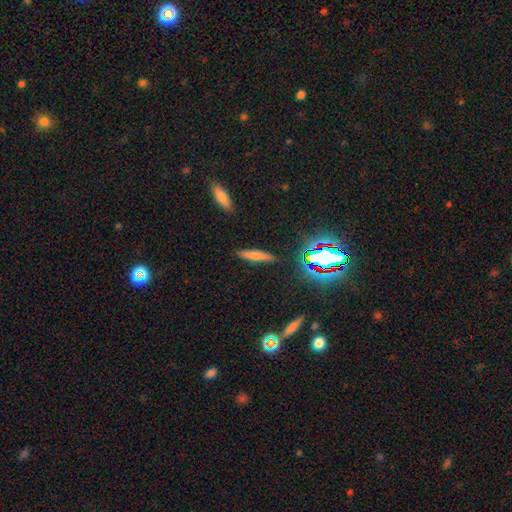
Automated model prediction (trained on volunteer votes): Smooth or featured? smooth (67%)
How rounded? cigar-shaped (82%)
Merging? none (87%)